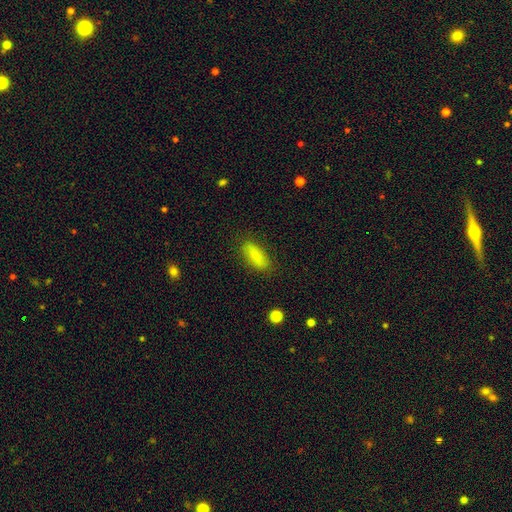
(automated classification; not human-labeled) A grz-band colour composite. It shows a smooth galaxy with no disk features (85%) that is in between round and cigar-shaped (67%). Merging: none (83%).